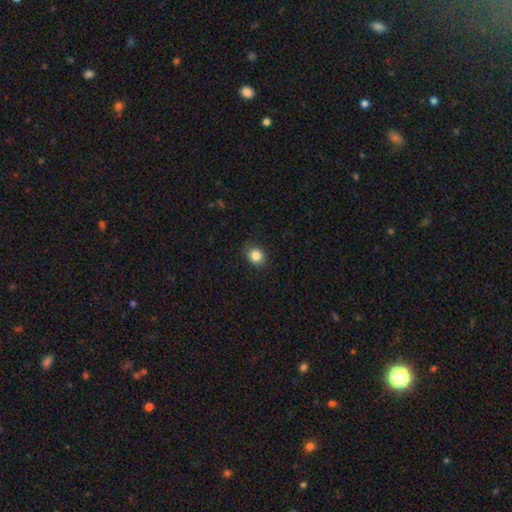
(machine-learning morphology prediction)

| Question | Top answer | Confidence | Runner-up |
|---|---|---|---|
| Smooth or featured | smooth | 85% | star or artifact (10%) |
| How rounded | round | 67% | in between (32%) |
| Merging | none | 84% | minor disturbance (13%) |